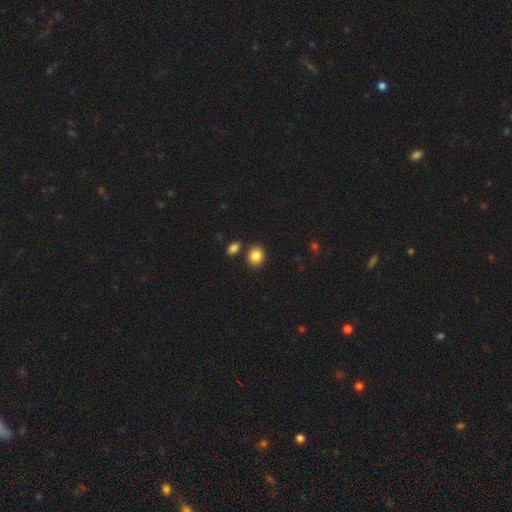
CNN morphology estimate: smooth 87%, star or artifact 9%, featured or disk 4%. Down the decision tree: how rounded — round (65%); merging — none (79%).